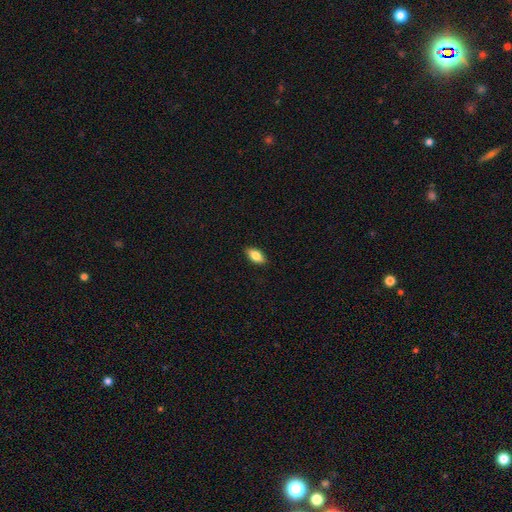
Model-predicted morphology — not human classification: This is likely a smooth galaxy (79%). How rounded: clearly in between (88%). Merging: clearly none (88%).